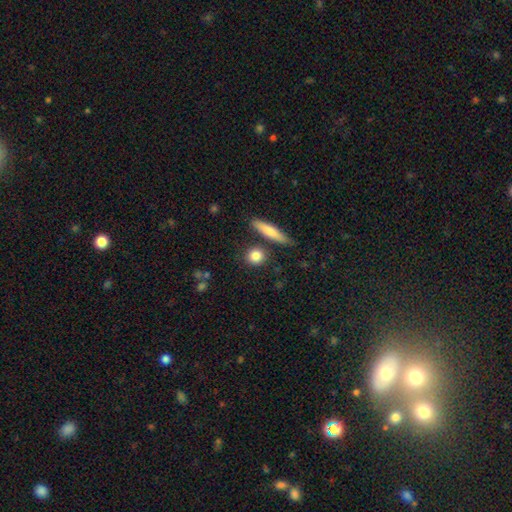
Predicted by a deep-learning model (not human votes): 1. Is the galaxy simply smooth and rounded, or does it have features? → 85% smooth, 8% featured or disk, 7% star or artifact.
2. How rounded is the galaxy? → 70% round, 19% in between, 11% cigar-shaped.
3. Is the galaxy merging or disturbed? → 81% none, 9% minor disturbance, 7% merger, 3% major disturbance.